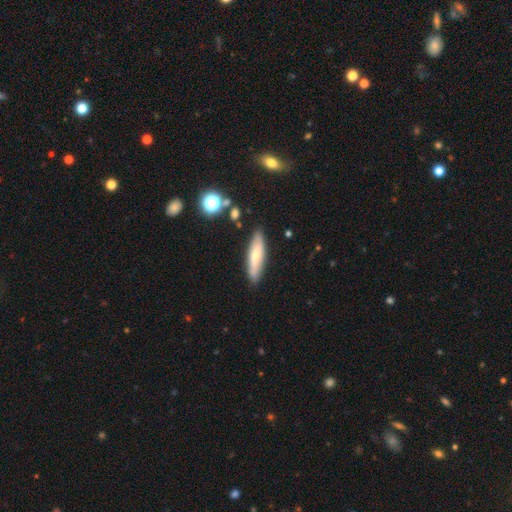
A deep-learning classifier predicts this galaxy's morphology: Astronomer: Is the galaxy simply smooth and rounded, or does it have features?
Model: smooth — 63%.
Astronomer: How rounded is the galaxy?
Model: cigar-shaped — 67%.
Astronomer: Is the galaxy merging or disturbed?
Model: none — 84%.